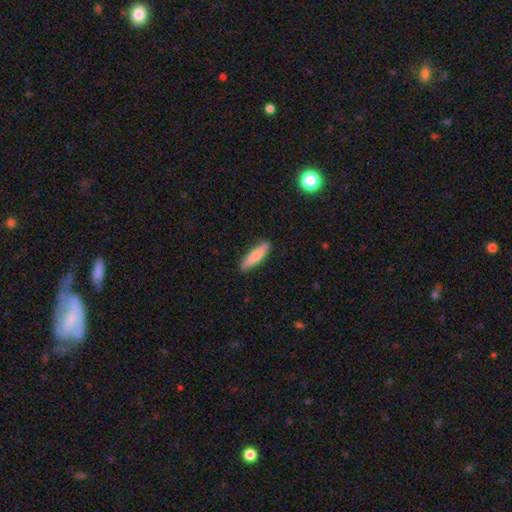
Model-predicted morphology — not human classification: A smooth galaxy with no disk features (77%) that is cigar-shaped (71%).

Vote fractions:
- Smooth or featured? smooth: 77% / featured or disk: 18% / star or artifact: 5%
- How rounded? cigar-shaped: 71% / in between: 28% / round: 2%
- Merging? none: 87% / minor disturbance: 10% / major disturbance: 2% / merger: 1%